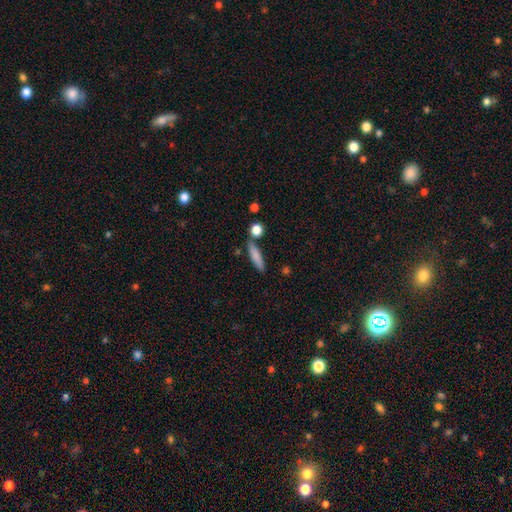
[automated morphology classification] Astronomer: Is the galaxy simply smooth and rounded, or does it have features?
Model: smooth — 77%.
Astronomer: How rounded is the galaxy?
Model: cigar-shaped — 79%.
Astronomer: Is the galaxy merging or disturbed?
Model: none — 77%.